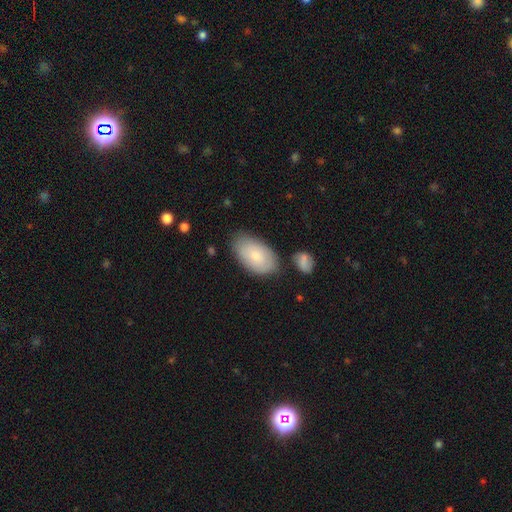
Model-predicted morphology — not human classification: smooth-or-featured: smooth: 74% | featured or disk: 20% | star or artifact: 6%
  how-rounded: in between: 94% | round: 4% | cigar-shaped: 2%
  merging: none: 70% | minor disturbance: 19% | merger: 7% | major disturbance: 4%